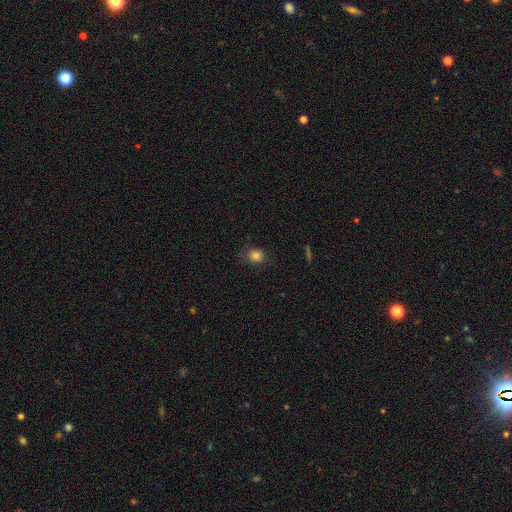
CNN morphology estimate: This is clearly a smooth galaxy (83%). How rounded: likely round (75%). Merging: likely none (77%).